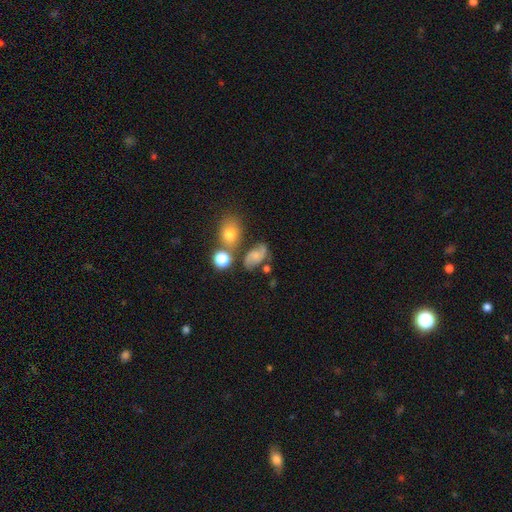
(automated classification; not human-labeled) A featured or disk galaxy (52%). Merging: none (55%).